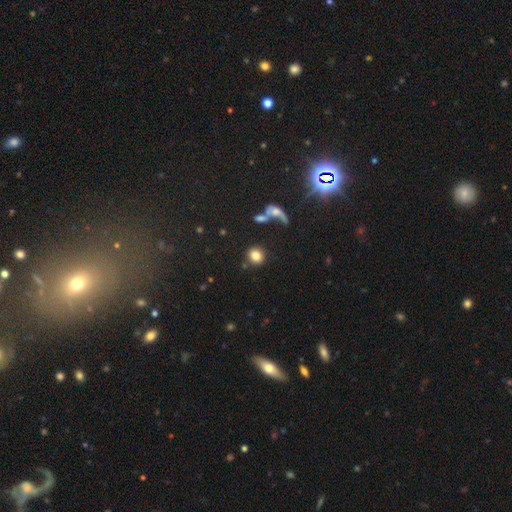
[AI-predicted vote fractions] Overall: smooth (81%). How rounded: round (80%). Merging: none (76%).